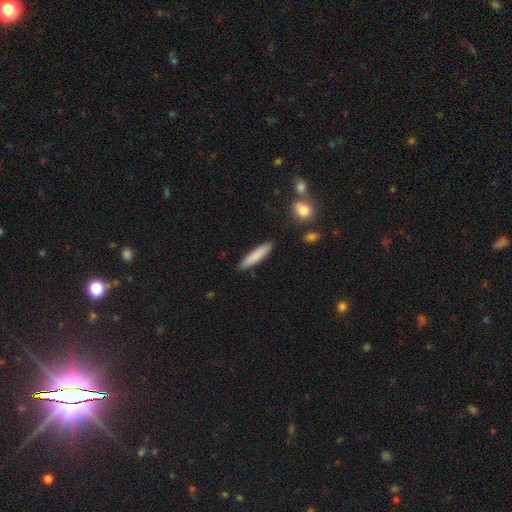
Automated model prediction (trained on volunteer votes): A smooth galaxy with no disk features (81%) that is cigar-shaped (88%).

Vote fractions:
- Smooth or featured? smooth: 81% / featured or disk: 13% / star or artifact: 6%
- How rounded? cigar-shaped: 88% / in between: 11% / round: 1%
- Merging? none: 88% / minor disturbance: 8% / major disturbance: 2% / merger: 2%